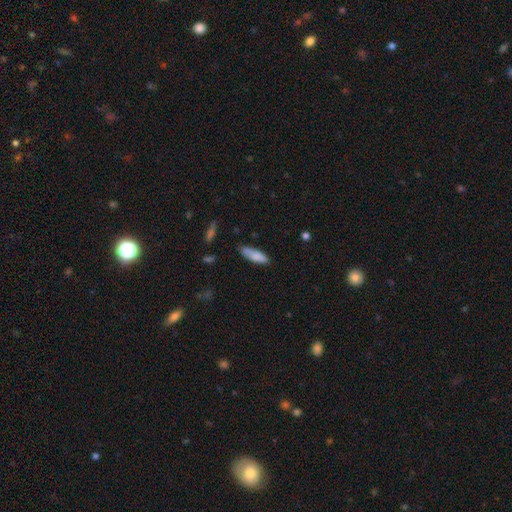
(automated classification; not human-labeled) A smooth galaxy with no disk features (83%) that is in between round and cigar-shaped (51%). Merging: none (75%).